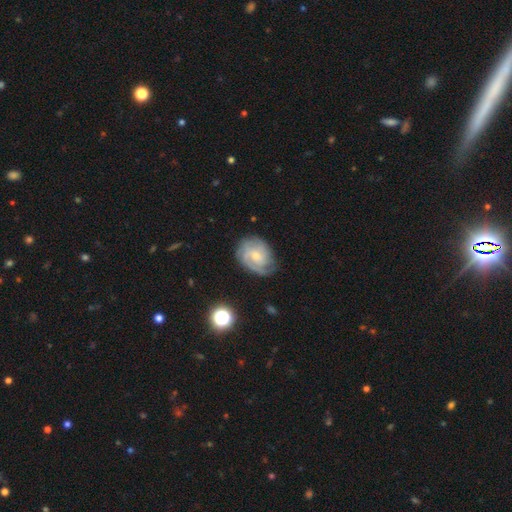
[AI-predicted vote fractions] Smooth or featured? featured or disk (75%)
Edge-on disk? no (97%)
Bar? no (56%)
Spiral arms? yes (93%)
Spiral winding? tight (61%)
Spiral arm count? can't tell (36%)
Bulge size? small (51%)
Merging? none (69%)